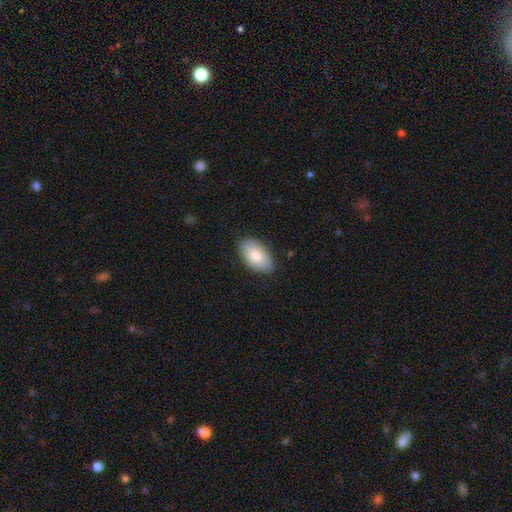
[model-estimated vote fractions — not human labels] A smooth galaxy with no disk features (79%) that is in between round and cigar-shaped (94%). Merging: none (85%).